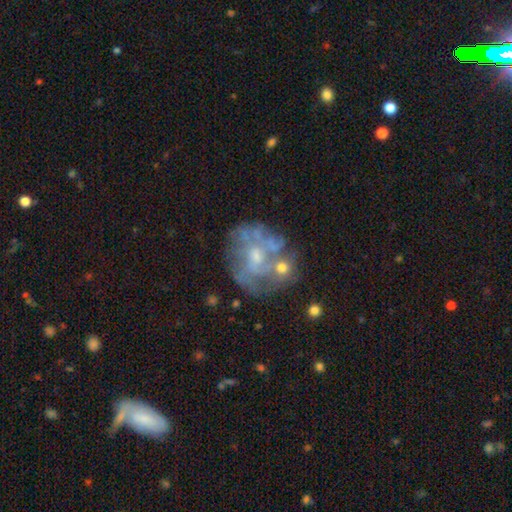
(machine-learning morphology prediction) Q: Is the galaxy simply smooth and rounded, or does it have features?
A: featured or disk — 68%.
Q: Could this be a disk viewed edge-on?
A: no — 97%.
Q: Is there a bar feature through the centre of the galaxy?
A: no — 76%.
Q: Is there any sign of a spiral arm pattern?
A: no — 61%.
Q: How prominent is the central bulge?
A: small — 47%.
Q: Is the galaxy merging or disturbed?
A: none — 53%.